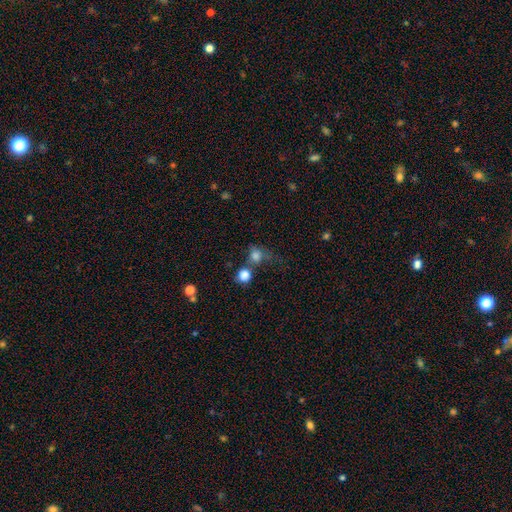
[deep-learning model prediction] A smooth galaxy with no disk features (78%) that is round (74%).

Vote fractions:
- Smooth or featured? smooth: 78% / star or artifact: 14% / featured or disk: 8%
- How rounded? round: 74% / in between: 24% / cigar-shaped: 1%
- Merging? none: 42% / merger: 33% / minor disturbance: 14% / major disturbance: 11%